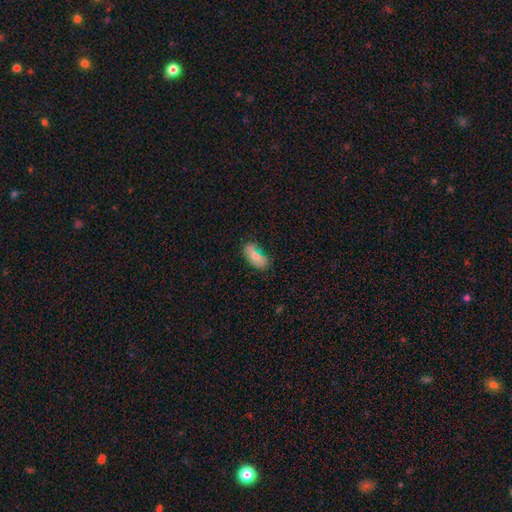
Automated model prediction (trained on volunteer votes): The model was most divided on "merging": none: 60%, minor disturbance: 23%, merger: 10%, major disturbance: 7%. More confident: how rounded — in between (90%); smooth or featured — smooth (74%).